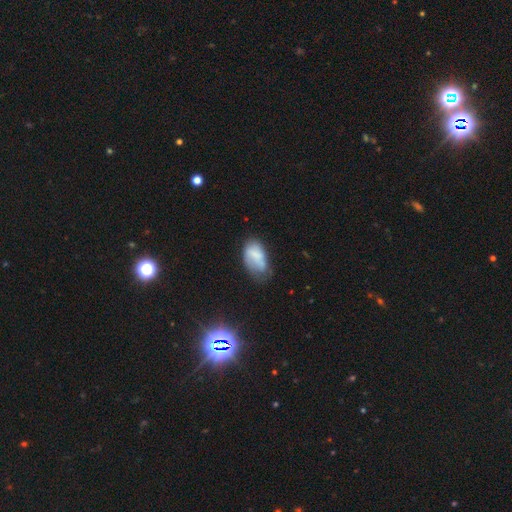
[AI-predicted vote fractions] Smooth or featured?
  - smooth: 68% *
  - featured or disk: 24%
  - star or artifact: 8%
How rounded?
  - in between: 92% *
  - round: 5%
  - cigar-shaped: 2%
Merging?
  - minor disturbance: 40% *
  - none: 36%
  - major disturbance: 20%
  - merger: 4%